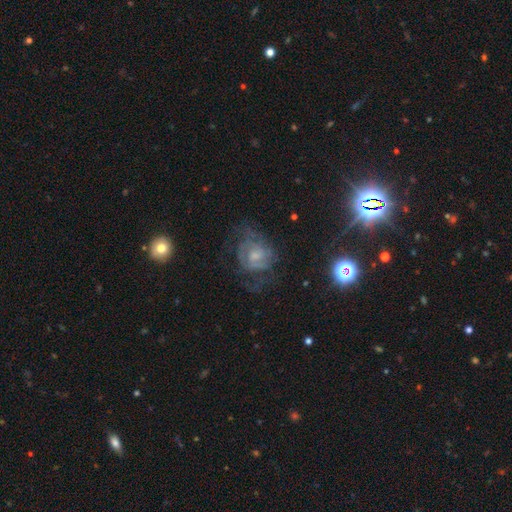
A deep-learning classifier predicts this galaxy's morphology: This appears to be a featured or disk galaxy (69%) with no bar (56%), tight (45%) spiral arms (80%) and a small central bulge (42%). Merging: none (53%).